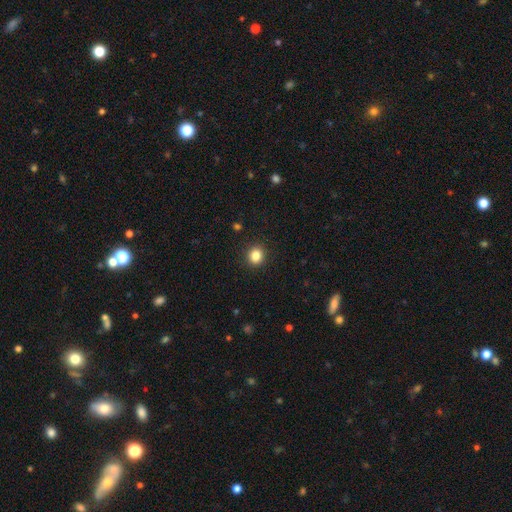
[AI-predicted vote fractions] Smooth or featured? Predicted: smooth (p=0.84). How rounded? Predicted: round (p=0.83). Merging? Predicted: none (p=0.92).